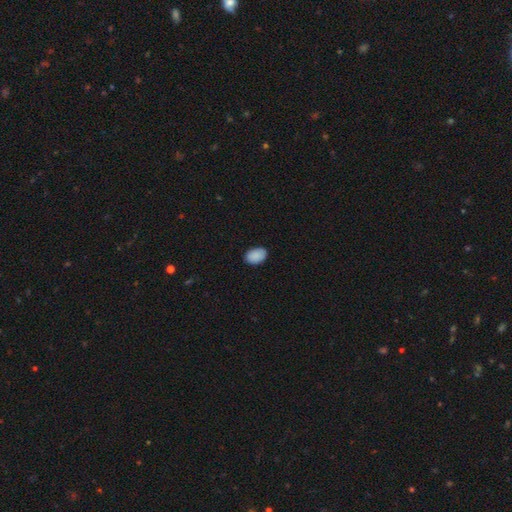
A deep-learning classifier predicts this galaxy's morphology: type=smooth (90%); roundness=in between (85%); merging=none (85%).